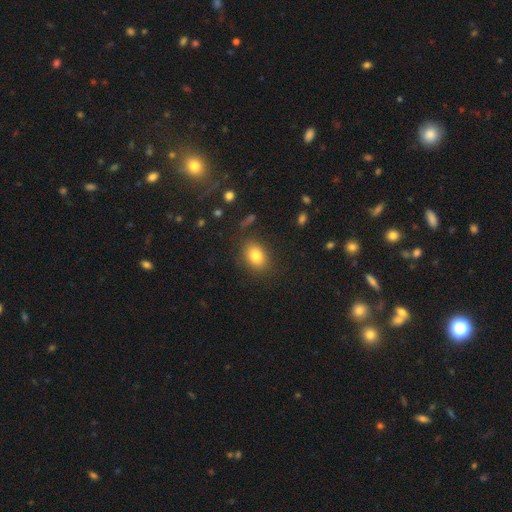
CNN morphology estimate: type=smooth (82%); roundness=in between (72%); merging=none (82%).